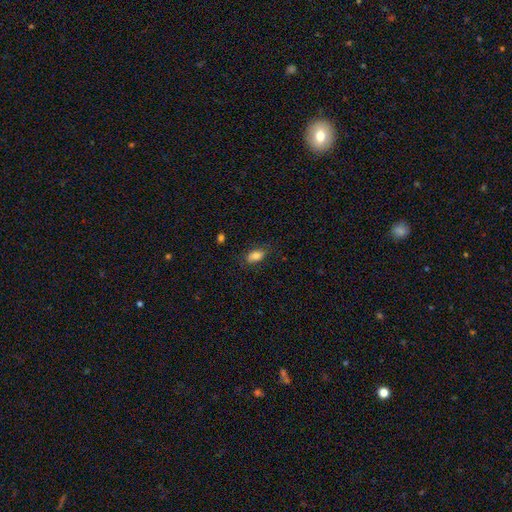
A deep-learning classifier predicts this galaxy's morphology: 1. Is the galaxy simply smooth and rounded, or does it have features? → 81% smooth, 10% featured or disk, 9% star or artifact.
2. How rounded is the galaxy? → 89% in between, 6% round, 5% cigar-shaped.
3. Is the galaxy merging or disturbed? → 75% none, 18% minor disturbance, 5% major disturbance, 1% merger.